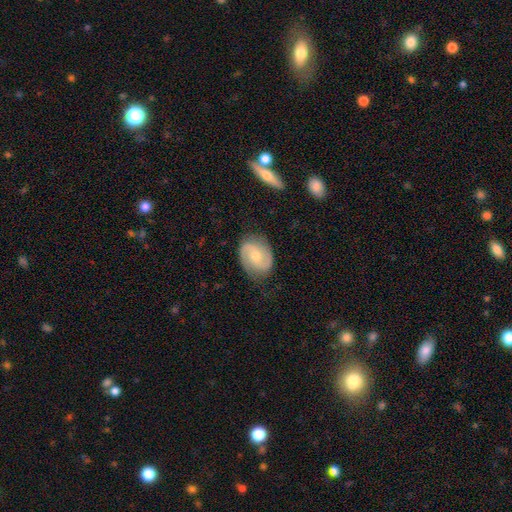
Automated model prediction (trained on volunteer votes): Q: Smooth or featured?
A: featured or disk (80%); runner-up: smooth (15%)
Q: Edge-on disk?
A: no (98%); runner-up: yes (2%)
Q: Bar?
A: no (56%); runner-up: weak (37%)
Q: Spiral arms?
A: yes (96%); runner-up: no (4%)
Q: Spiral winding?
A: medium (51%); runner-up: tight (31%)
Q: Spiral arm count?
A: 2 (91%); runner-up: can't tell (4%)
Q: Bulge size?
A: moderate (52%); runner-up: small (42%)
Q: Merging?
A: none (79%); runner-up: minor disturbance (16%)